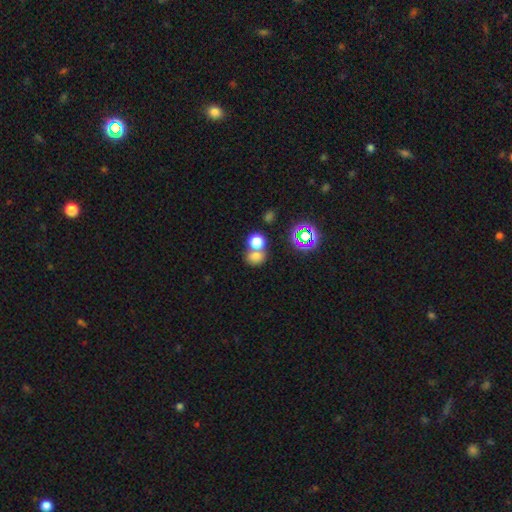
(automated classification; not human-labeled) A smooth galaxy with no disk features (70%) that is round (65%).

Vote fractions:
- Smooth or featured? smooth: 70% / star or artifact: 20% / featured or disk: 10%
- How rounded? round: 65% / in between: 34% / cigar-shaped: 1%
- Merging? merger: 46% / none: 42% / minor disturbance: 8% / major disturbance: 4%